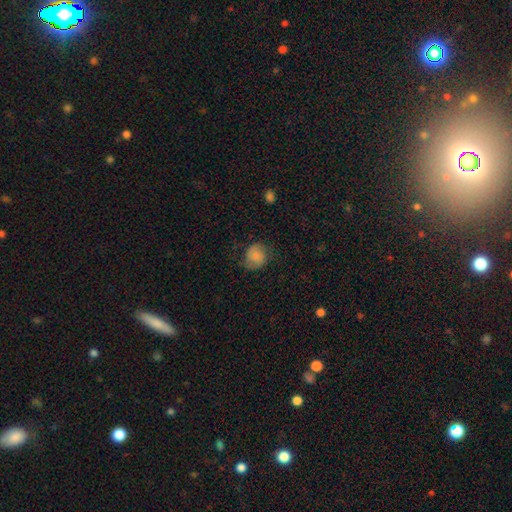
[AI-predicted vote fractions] Smooth or featured? Predicted: smooth (p=0.61). How rounded? Predicted: round (p=0.73). Merging? Predicted: none (p=0.64).